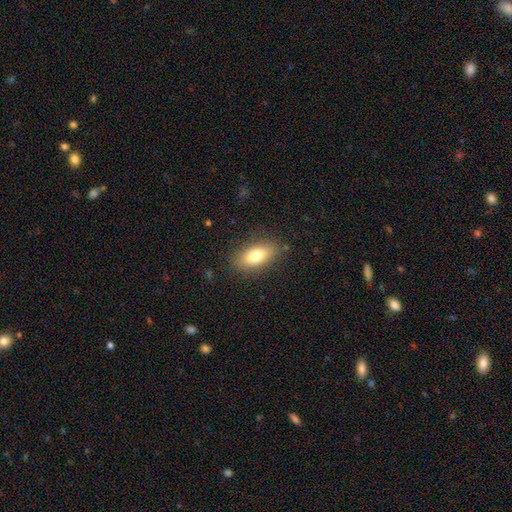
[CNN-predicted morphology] smooth_or_featured: smooth (p=0.77) [alt: featured or disk p=0.16]
how_rounded: in between (p=0.86) [alt: cigar-shaped p=0.10]
merging: none (p=0.83) [alt: minor disturbance p=0.12]